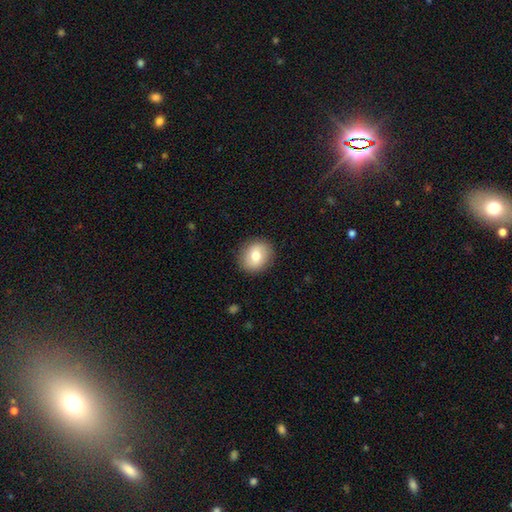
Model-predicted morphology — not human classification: This appears to be a smooth galaxy with no disk features (76%) that is round (72%). Merging: none (89%).